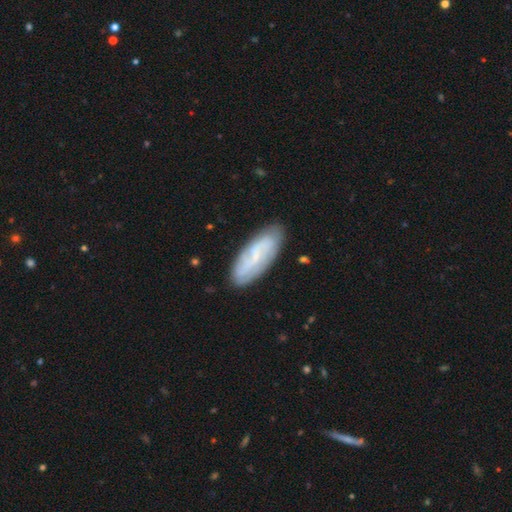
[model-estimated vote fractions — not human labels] Smooth or featured?
  - featured or disk: 54% *
  - smooth: 39%
  - star or artifact: 7%
Edge-on disk?
  - no: 86% *
  - yes: 14%
Merging?
  - none: 80% *
  - minor disturbance: 15%
  - major disturbance: 4%
  - merger: 2%